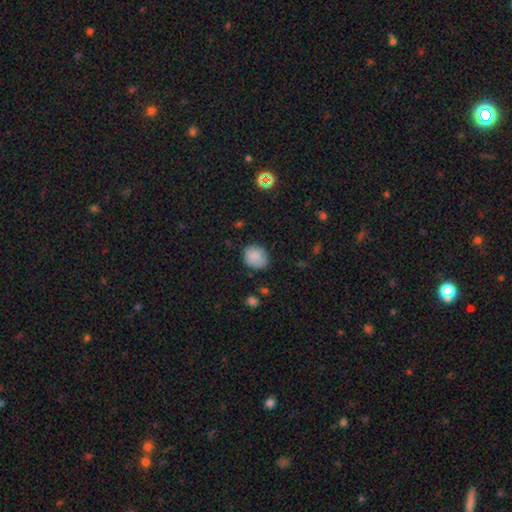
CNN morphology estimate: smooth 85%, star or artifact 9%, featured or disk 7%. Down the decision tree: how rounded — round (66%); merging — none (73%).